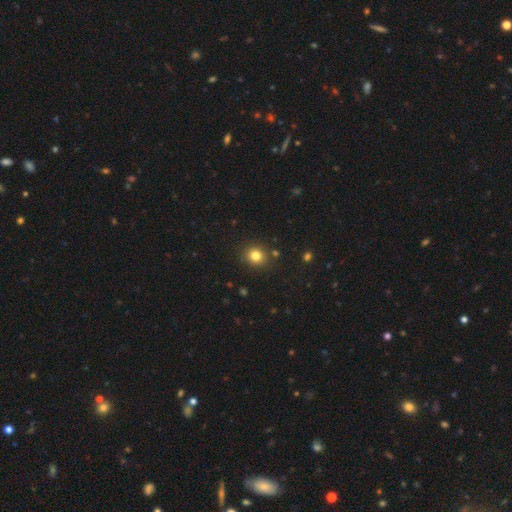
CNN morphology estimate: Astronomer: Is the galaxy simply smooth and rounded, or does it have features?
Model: smooth — 81%.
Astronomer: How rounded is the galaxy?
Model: round — 79%.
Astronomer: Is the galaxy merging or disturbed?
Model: none — 87%.